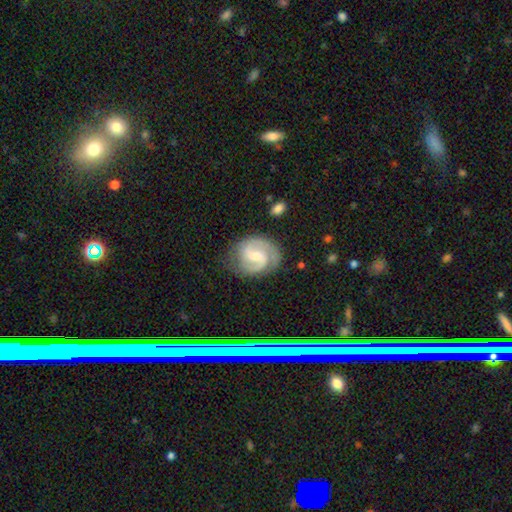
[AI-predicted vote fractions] This is clearly a featured or disk galaxy (85%). It is clearly not viewed edge-on (98%). Bar: possibly weak (58%). Spiral arm pattern: clearly yes (97%). Spiral arm count: clearly 2 (84%). Spiral winding: possibly medium (51%). Central bulge: possibly small (50%). Merging: likely none (74%).